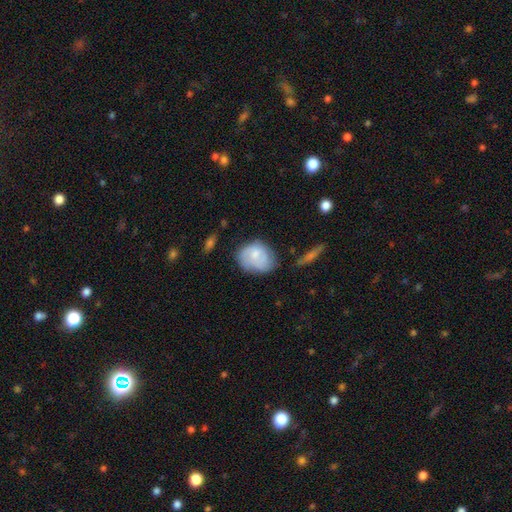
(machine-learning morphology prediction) type=smooth (58%); roundness=in between (53%); merging=none (54%).